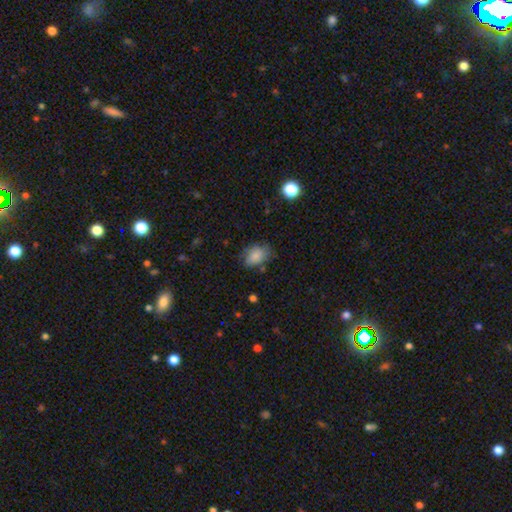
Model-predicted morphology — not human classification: Smooth or featured: smooth — 83% (featured or disk — 9%)
How rounded: in between — 82% (round — 16%)
Merging: none — 67% (minor disturbance — 23%)